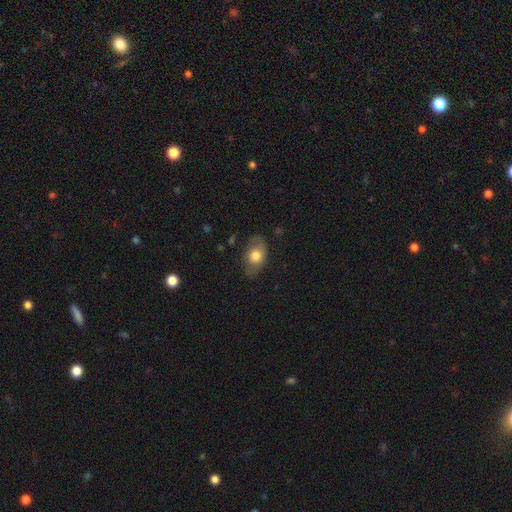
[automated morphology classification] smooth-or-featured: smooth: 68% | featured or disk: 25% | star or artifact: 7%
  how-rounded: in between: 80% | round: 18% | cigar-shaped: 2%
  merging: none: 69% | minor disturbance: 21% | major disturbance: 8% | merger: 1%